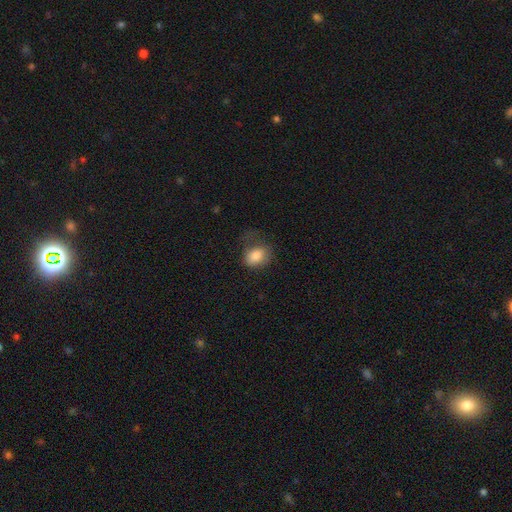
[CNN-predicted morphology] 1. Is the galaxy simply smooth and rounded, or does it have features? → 82% smooth, 9% featured or disk, 8% star or artifact.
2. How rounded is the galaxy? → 68% in between, 31% round, 1% cigar-shaped.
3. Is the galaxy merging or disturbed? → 44% none, 29% minor disturbance, 26% major disturbance, 2% merger.